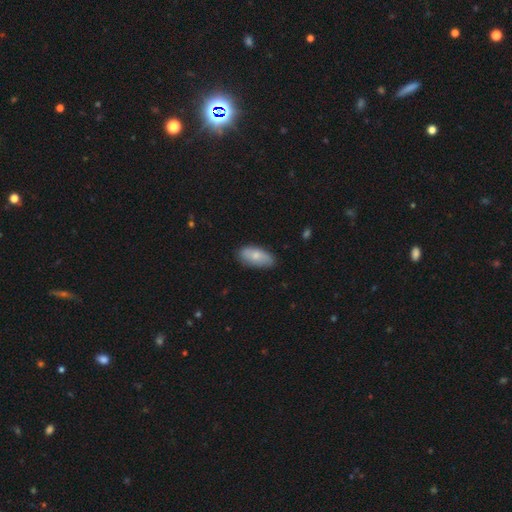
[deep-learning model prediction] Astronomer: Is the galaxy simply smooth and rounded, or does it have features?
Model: smooth — 73%.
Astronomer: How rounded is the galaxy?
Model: in between — 90%.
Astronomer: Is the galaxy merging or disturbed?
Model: none — 77%.